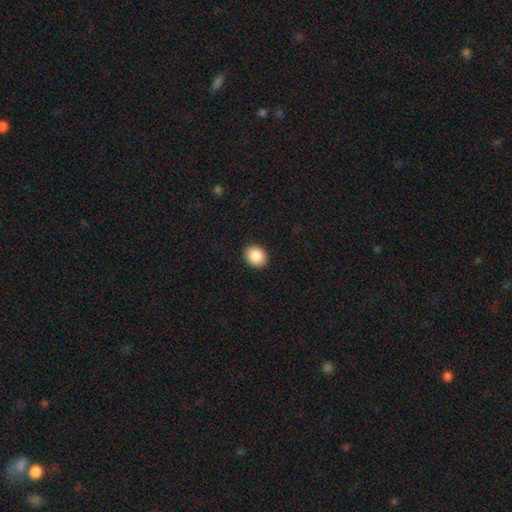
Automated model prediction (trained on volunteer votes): Smooth or featured: smooth — 90% (star or artifact — 7%)
How rounded: round — 61% (in between — 38%)
Merging: none — 91% (minor disturbance — 6%)